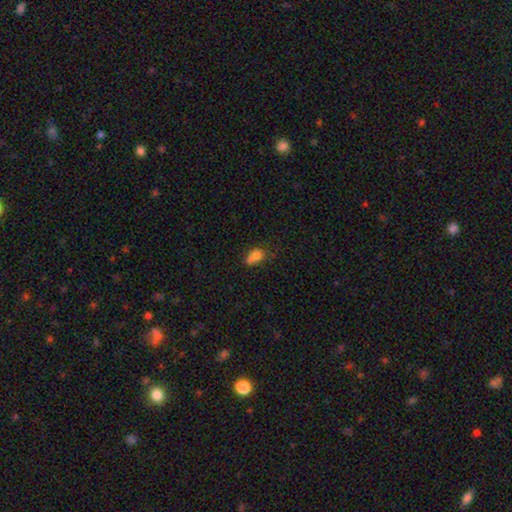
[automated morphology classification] Overall: smooth (76%). How rounded: in between (67%; round 30%). Merging: none (37%; minor disturbance 27%).